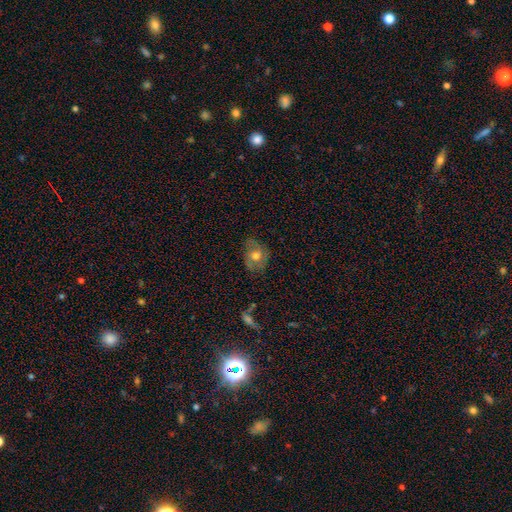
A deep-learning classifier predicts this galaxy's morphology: smooth-or-featured: smooth: 55% | featured or disk: 36% | star or artifact: 9%
  how-rounded: round: 54% | in between: 45% | cigar-shaped: 1%
  merging: none: 68% | minor disturbance: 22% | major disturbance: 8% | merger: 2%